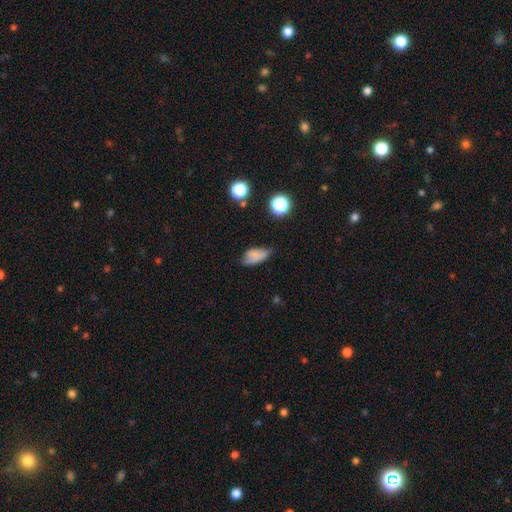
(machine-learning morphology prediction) A smooth galaxy with no disk features (73%) that is in between round and cigar-shaped (87%). Merging: none (51%).